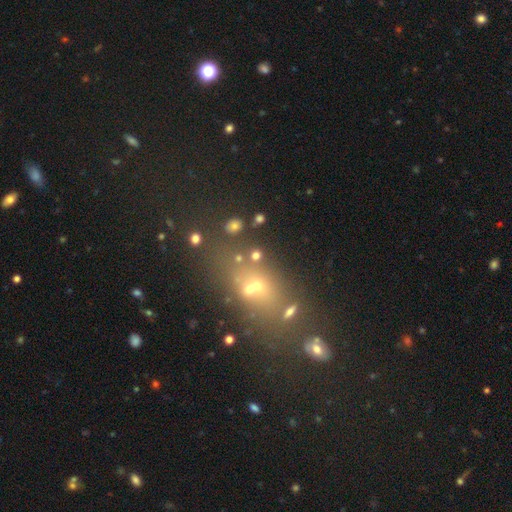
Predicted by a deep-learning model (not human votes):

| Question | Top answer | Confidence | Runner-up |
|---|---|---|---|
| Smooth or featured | smooth | 59% | star or artifact (24%) |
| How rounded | in between | 49% | round (46%) |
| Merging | none | 55% | merger (25%) |